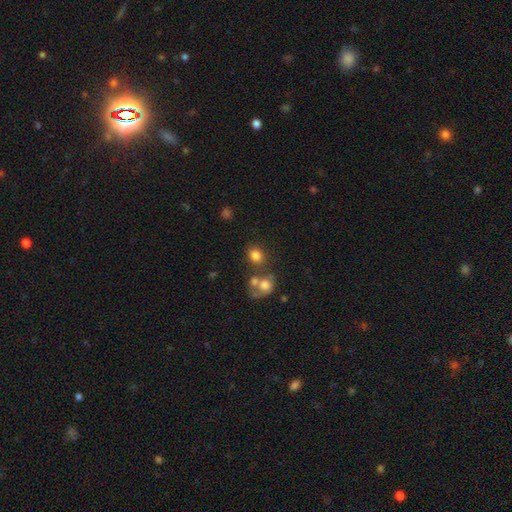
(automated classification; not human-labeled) The model was most divided on "how rounded": round: 60%, in between: 39%, cigar-shaped: 1%. More confident: smooth or featured — smooth (79%); merging — none (63%).